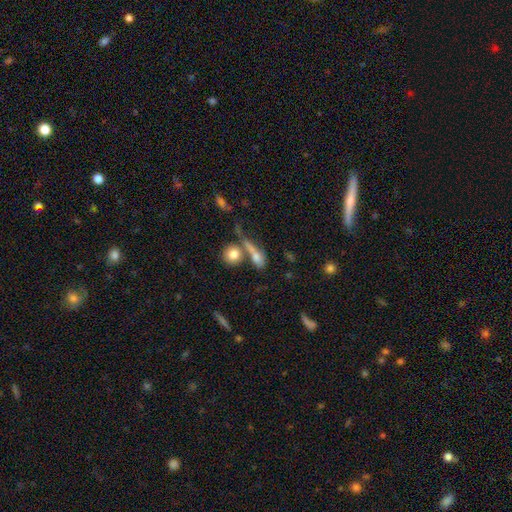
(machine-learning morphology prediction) smooth 68%, featured or disk 20%, star or artifact 12%. Down the decision tree: how rounded — in between (48%); merging — none (41%).